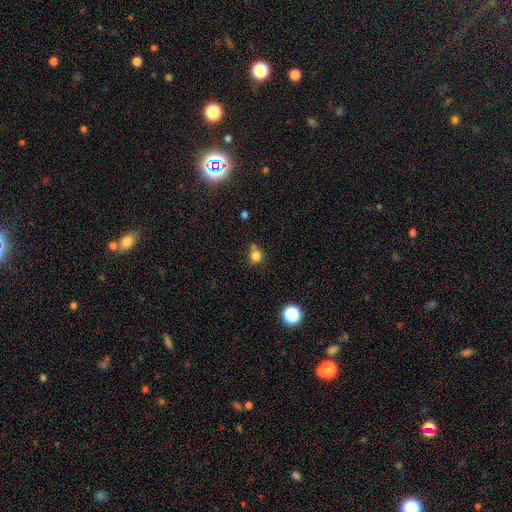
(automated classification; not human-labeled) The model was most divided on "merging": none: 59%, merger: 20%, minor disturbance: 16%, major disturbance: 5%. More confident: how rounded — round (80%); smooth or featured — smooth (80%).